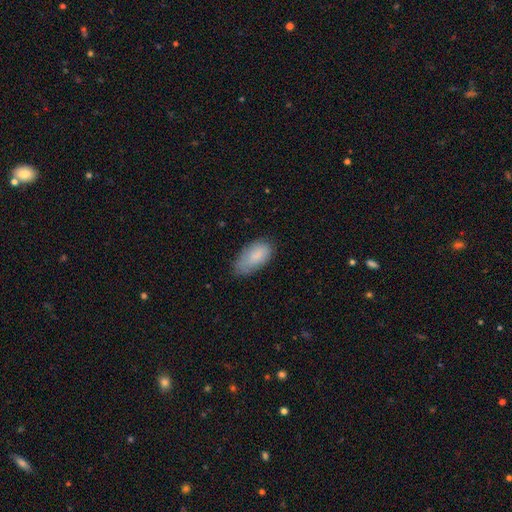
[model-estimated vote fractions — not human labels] Smooth or featured: smooth — 84% (featured or disk — 10%)
How rounded: in between — 93% (cigar-shaped — 5%)
Merging: none — 63% (minor disturbance — 29%)